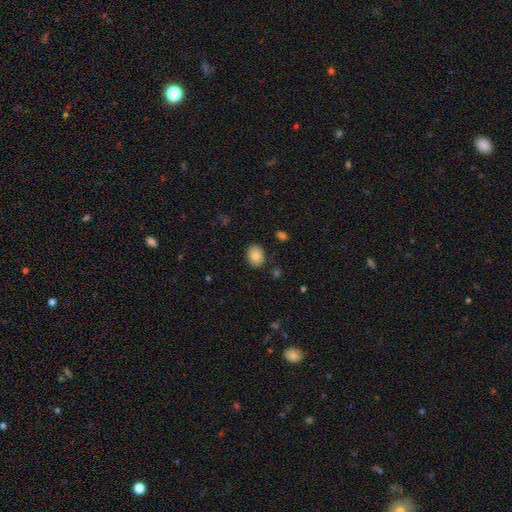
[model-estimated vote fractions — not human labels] Morphology: type=smooth (86%); roundness=in between (68%); merging=none (86%).